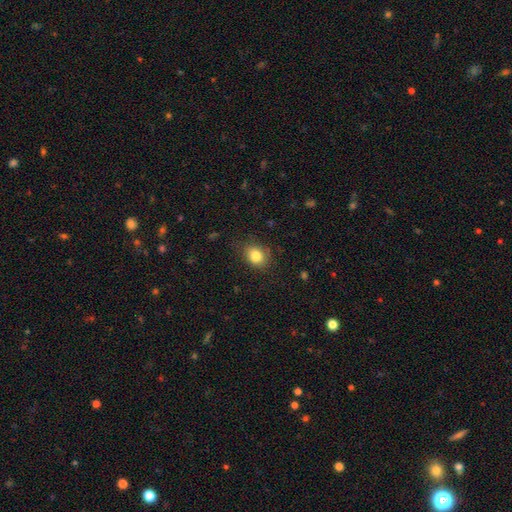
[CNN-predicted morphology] Smooth or featured?
  - smooth: 83% *
  - star or artifact: 10%
  - featured or disk: 7%
How rounded?
  - in between: 53% *
  - round: 46%
  - cigar-shaped: 1%
Merging?
  - none: 77% *
  - minor disturbance: 17%
  - major disturbance: 4%
  - merger: 1%